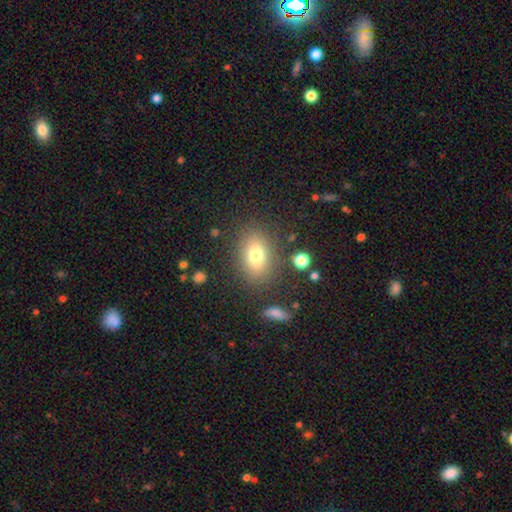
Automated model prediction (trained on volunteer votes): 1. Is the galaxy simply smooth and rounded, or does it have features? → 76% smooth, 12% featured or disk, 12% star or artifact.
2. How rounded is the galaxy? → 69% in between, 29% round, 2% cigar-shaped.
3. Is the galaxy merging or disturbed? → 81% none, 11% minor disturbance, 5% major disturbance, 3% merger.